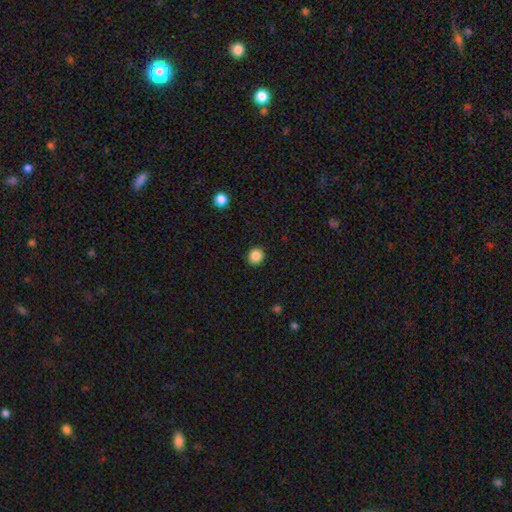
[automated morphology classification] Smooth or featured?
  - smooth: 87% *
  - star or artifact: 10%
  - featured or disk: 3%
How rounded?
  - round: 87% *
  - in between: 13%
  - cigar-shaped: 1%
Merging?
  - none: 92% *
  - minor disturbance: 6%
  - major disturbance: 2%
  - merger: 1%